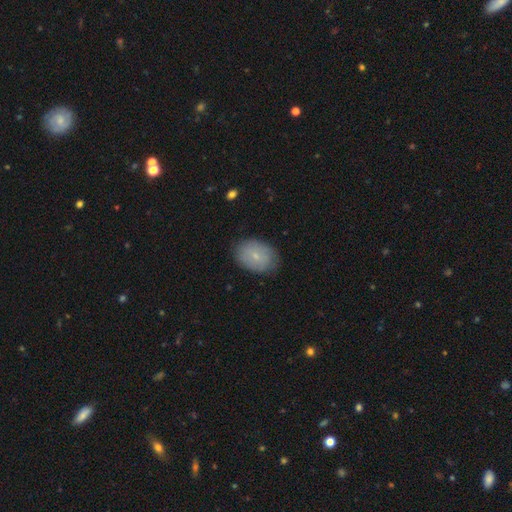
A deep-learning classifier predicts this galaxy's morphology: Smooth or featured: smooth — 70% (featured or disk — 22%)
How rounded: in between — 76% (round — 23%)
Merging: none — 81% (minor disturbance — 15%)